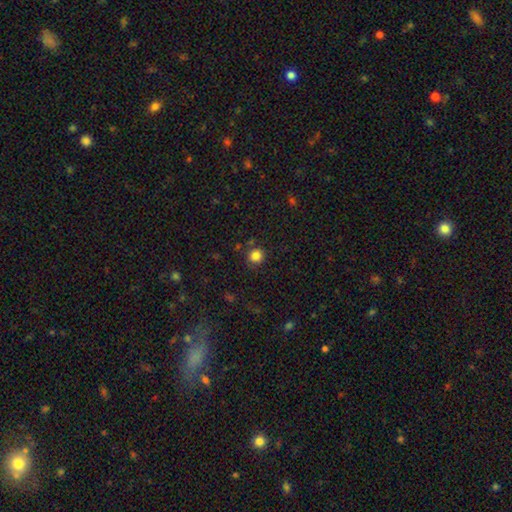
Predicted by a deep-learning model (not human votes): smooth_or_featured: smooth (p=0.84) [alt: star or artifact p=0.12]
how_rounded: round (p=0.91) [alt: in between p=0.08]
merging: none (p=0.84) [alt: minor disturbance p=0.10]